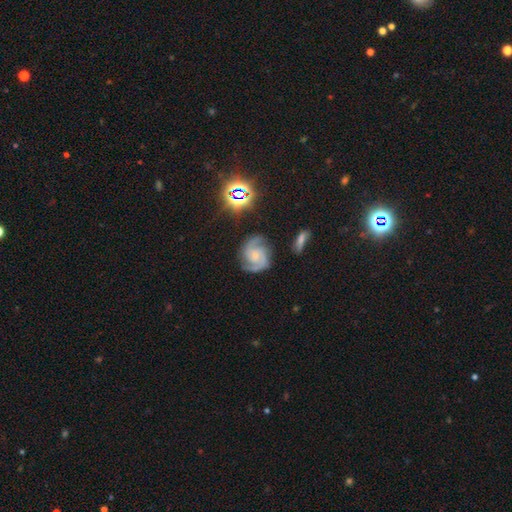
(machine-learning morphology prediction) featured or disk 88%, star or artifact 7%, smooth 5%. Down the decision tree: edge-on disk — no (98%); bar — no (69%); spiral arms — yes (98%); spiral arm count — 2 (69%); spiral winding — medium (49%); bulge size — small (70%); merging — none (74%).